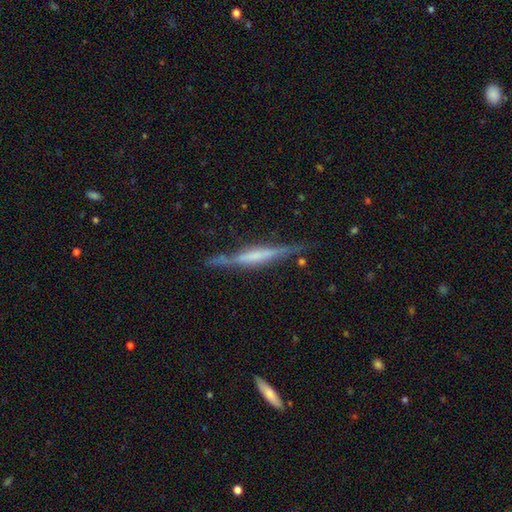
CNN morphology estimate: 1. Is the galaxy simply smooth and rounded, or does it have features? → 72% featured or disk, 21% smooth, 6% star or artifact.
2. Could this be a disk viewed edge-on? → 96% yes, 4% no.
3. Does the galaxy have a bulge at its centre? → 46% boxy, 27% none, 27% rounded.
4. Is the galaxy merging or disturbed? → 79% none, 15% minor disturbance, 4% major disturbance, 2% merger.